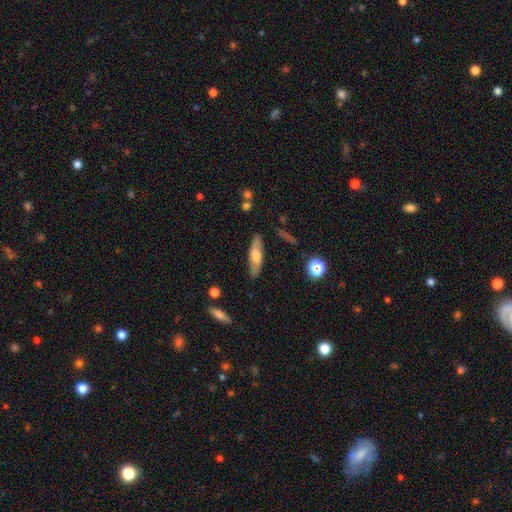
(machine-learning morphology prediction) A smooth galaxy with no disk features (53%) that is cigar-shaped (55%).

Vote fractions:
- Smooth or featured? smooth: 53% / featured or disk: 40% / star or artifact: 7%
- How rounded? cigar-shaped: 55% / in between: 42% / round: 3%
- Merging? none: 82% / minor disturbance: 13% / major disturbance: 3% / merger: 2%